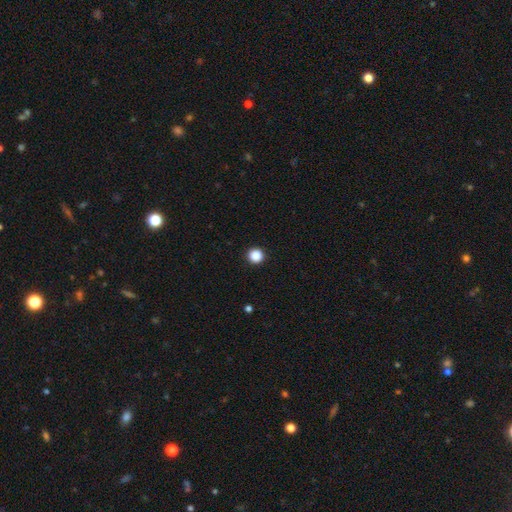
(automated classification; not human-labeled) Overall: smooth (87%). How rounded: round (95%). Merging: none (94%).